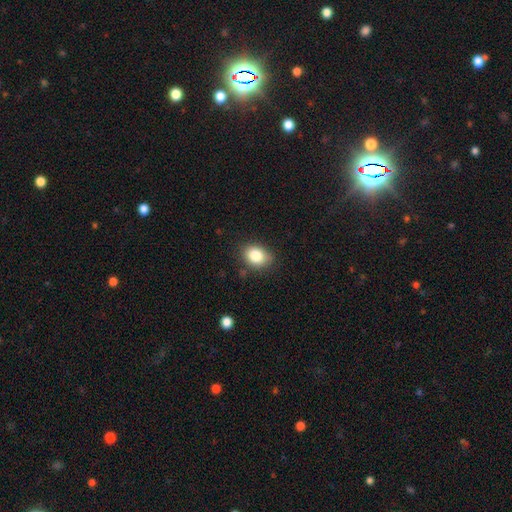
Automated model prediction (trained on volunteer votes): This is clearly a smooth galaxy (84%). How rounded: likely in between (64%). Merging: likely none (79%).